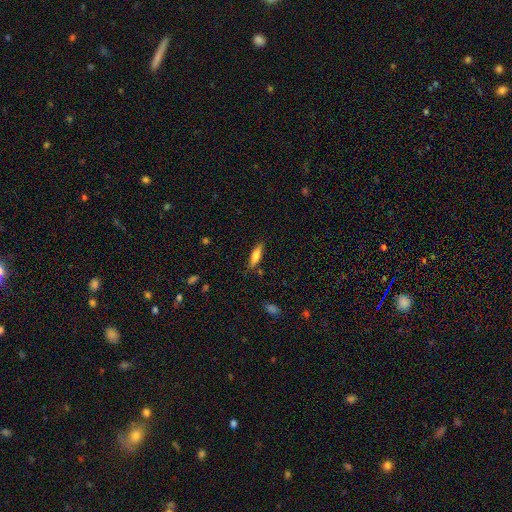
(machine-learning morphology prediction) type=smooth (73%); roundness=cigar-shaped (59%); merging=none (81%).